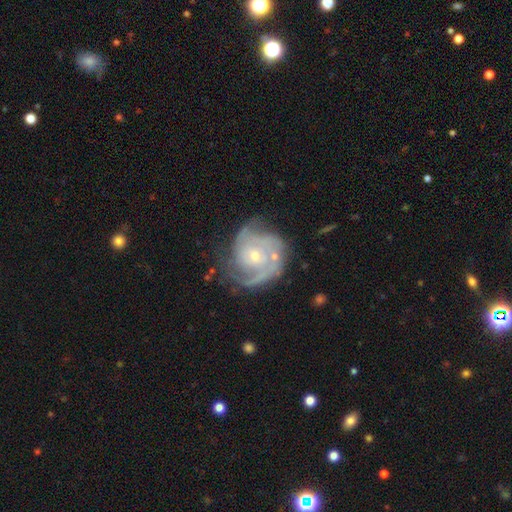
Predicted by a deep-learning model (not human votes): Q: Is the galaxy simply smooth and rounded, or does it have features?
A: featured or disk — 83%.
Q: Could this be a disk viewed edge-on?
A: no — 98%.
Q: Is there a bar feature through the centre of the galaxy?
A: no — 74%.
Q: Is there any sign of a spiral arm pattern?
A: yes — 94%.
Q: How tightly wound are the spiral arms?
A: tight — 49%.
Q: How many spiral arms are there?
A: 2 — 38%.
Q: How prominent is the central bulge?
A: small — 64%.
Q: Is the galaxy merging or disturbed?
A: none — 56%.